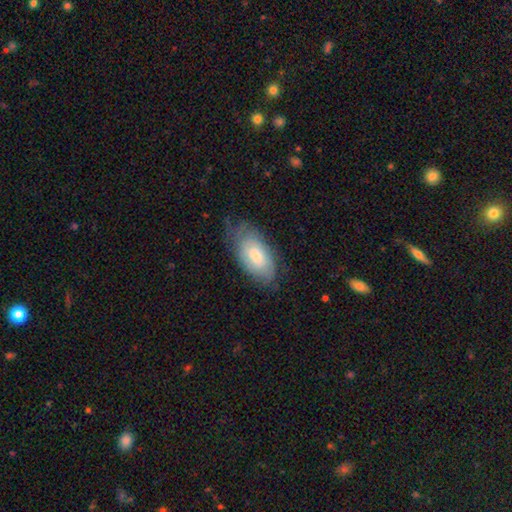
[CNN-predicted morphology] Smooth or featured?
  - smooth: 56% *
  - featured or disk: 38%
  - star or artifact: 6%
How rounded?
  - in between: 93% *
  - cigar-shaped: 4%
  - round: 4%
Merging?
  - none: 59% *
  - minor disturbance: 29%
  - major disturbance: 11%
  - merger: 1%